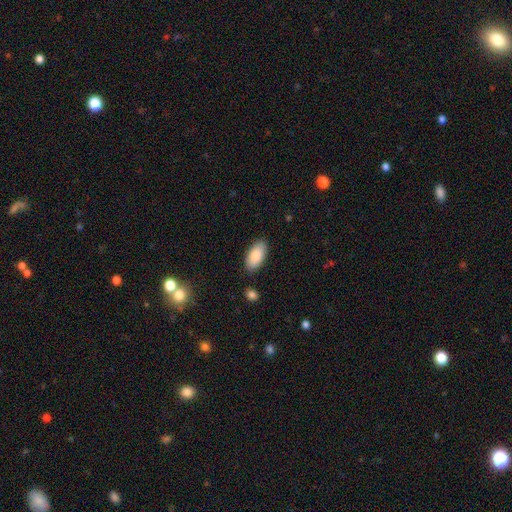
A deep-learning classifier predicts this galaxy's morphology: type=smooth (87%); roundness=in between (94%); merging=none (86%).